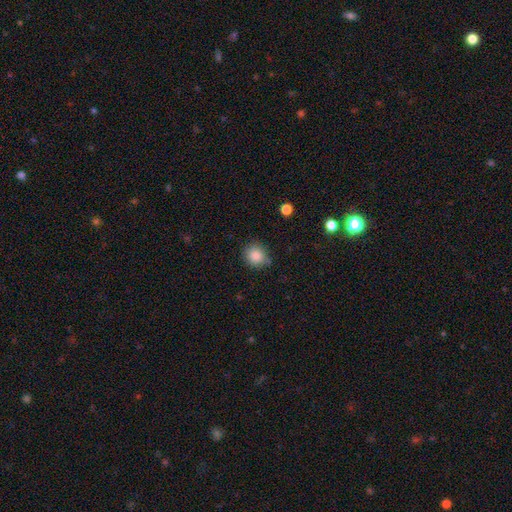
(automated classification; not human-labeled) Morphology: type=smooth (86%); roundness=round (84%); merging=none (79%).